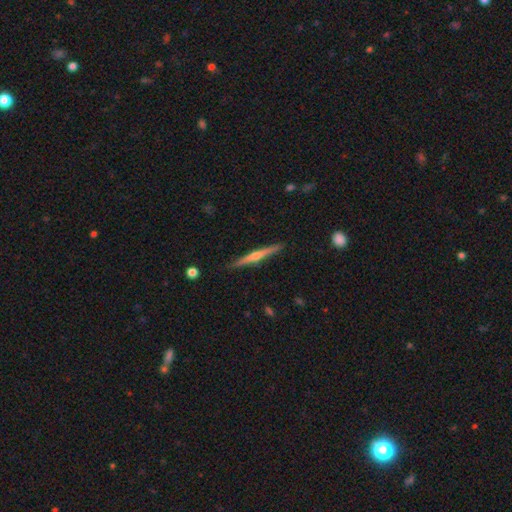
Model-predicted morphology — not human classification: A featured or disk galaxy (73%) viewed edge-on (98%) with a rounded central bulge (85%). Merging: none (91%).